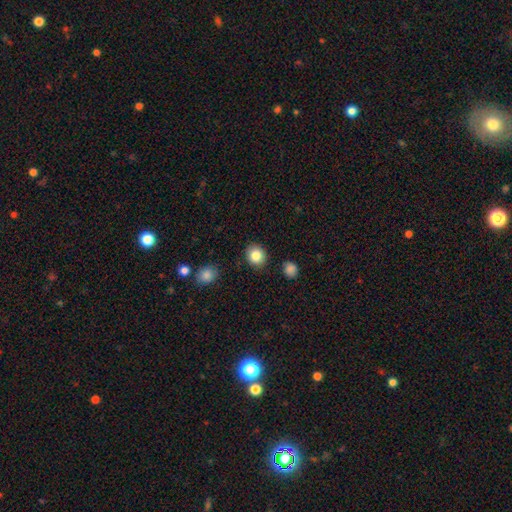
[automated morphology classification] smooth 84%, star or artifact 9%, featured or disk 7%. Down the decision tree: how rounded — round (73%); merging — none (88%).